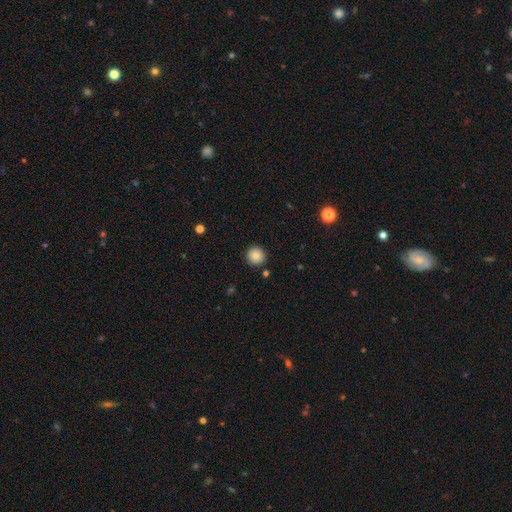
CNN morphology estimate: A smooth galaxy with no disk features (83%) that is round (94%). Merging: none (89%).